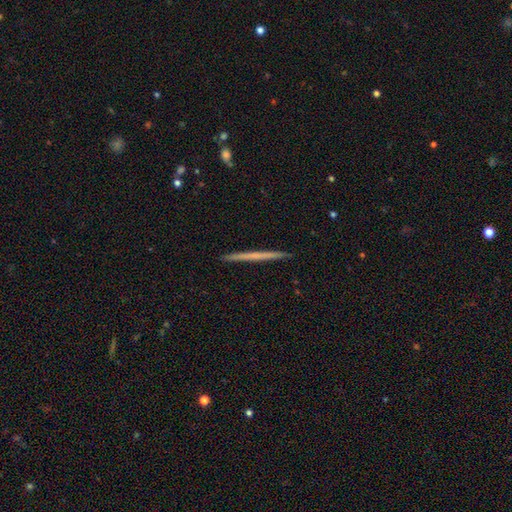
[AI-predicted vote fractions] Overall: featured or disk (50%; smooth 44%). Edge-on disk: yes (98%). Merging: none (93%).